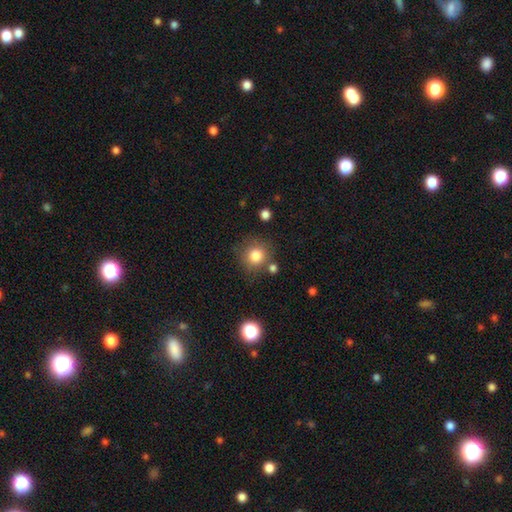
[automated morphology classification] Overall: smooth (82%). How rounded: round (90%). Merging: none (77%).